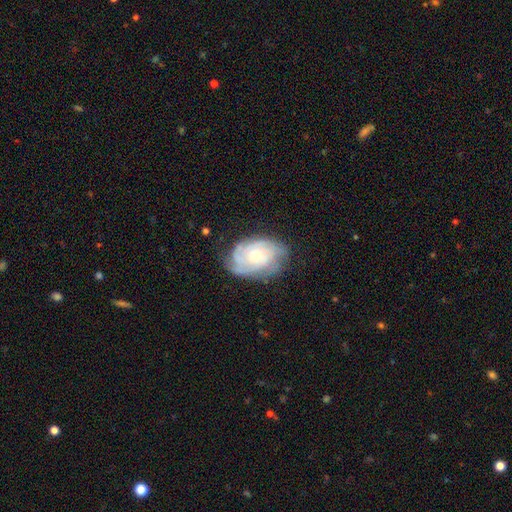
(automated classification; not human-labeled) Morphology: type=featured or disk (76%); edge-on=no (96%); bar=no (79%); spiral arms=yes (92%); winding=tight (65%); arm count=can't tell (42%); bulge=small (48%); merging=none (70%).